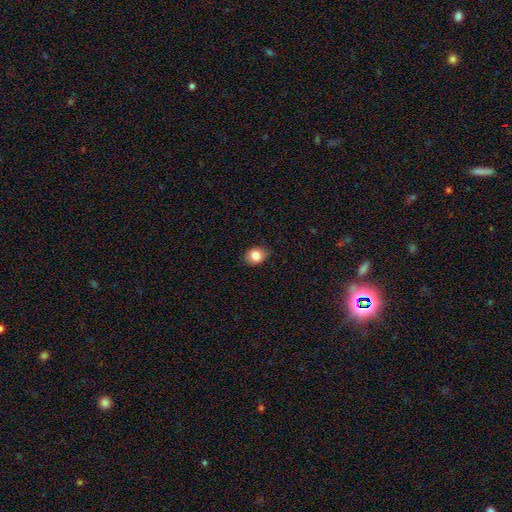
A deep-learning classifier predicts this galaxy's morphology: smooth-or-featured: smooth: 84% | star or artifact: 9% | featured or disk: 7%
  how-rounded: in between: 55% | round: 44% | cigar-shaped: 1%
  merging: none: 83% | minor disturbance: 13% | major disturbance: 2% | merger: 1%